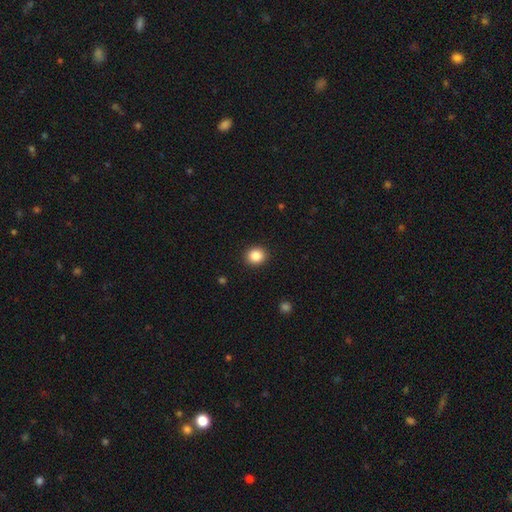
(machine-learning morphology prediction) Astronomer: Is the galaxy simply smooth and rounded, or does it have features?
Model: smooth — 85%.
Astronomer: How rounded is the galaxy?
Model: round — 81%.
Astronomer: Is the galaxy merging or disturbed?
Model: none — 92%.